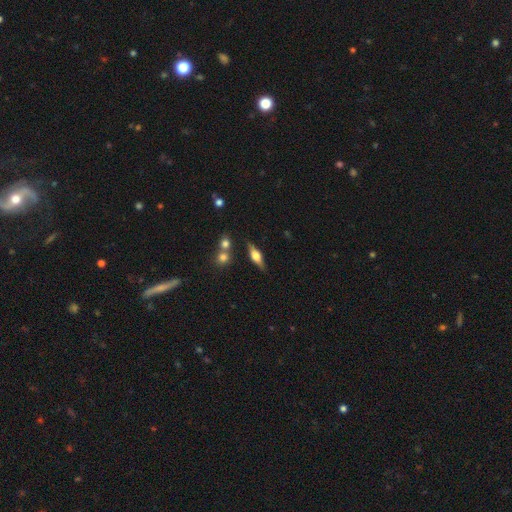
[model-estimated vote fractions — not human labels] Smooth or featured?
  - featured or disk: 62% *
  - smooth: 31%
  - star or artifact: 7%
Edge-on disk?
  - yes: 94% *
  - no: 6%
Edge-on bulge?
  - rounded: 88% *
  - boxy: 10%
  - none: 2%
Merging?
  - none: 79% *
  - minor disturbance: 12%
  - merger: 7%
  - major disturbance: 3%